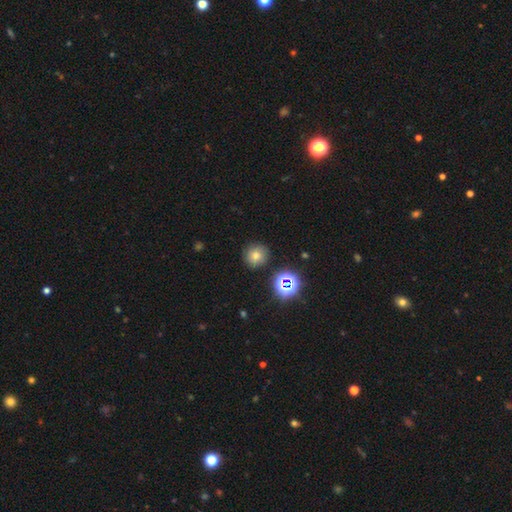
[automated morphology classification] A smooth galaxy with no disk features (62%) that is round (91%).

Vote fractions:
- Smooth or featured? smooth: 62% / star or artifact: 27% / featured or disk: 12%
- How rounded? round: 91% / in between: 8% / cigar-shaped: 1%
- Merging? none: 87% / minor disturbance: 8% / major disturbance: 3% / merger: 2%